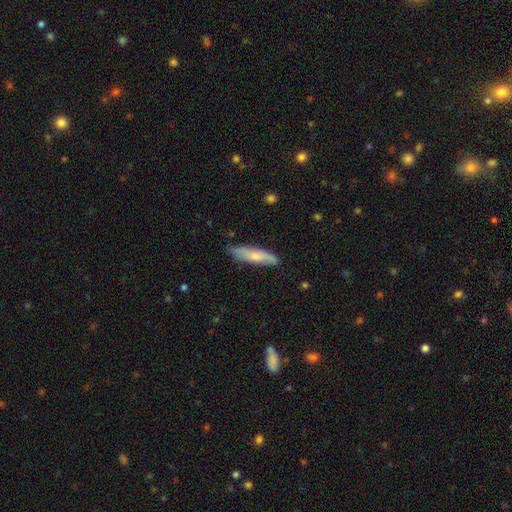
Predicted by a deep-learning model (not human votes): This is likely a smooth galaxy (68%). How rounded: likely cigar-shaped (78%). Merging: clearly none (81%).